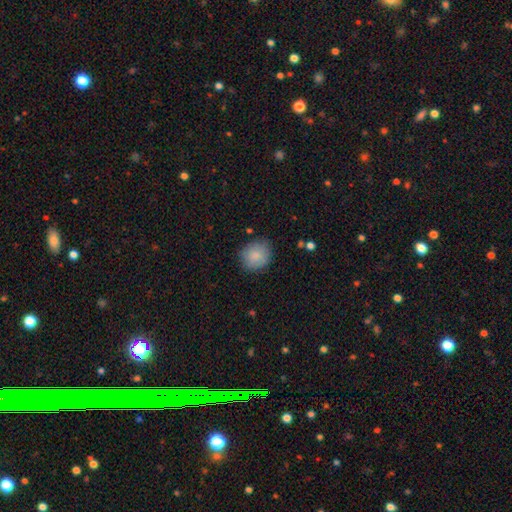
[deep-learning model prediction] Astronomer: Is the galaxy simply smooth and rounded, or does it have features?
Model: smooth — 85%.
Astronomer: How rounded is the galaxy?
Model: round — 76%.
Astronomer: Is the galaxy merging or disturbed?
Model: none — 79%.